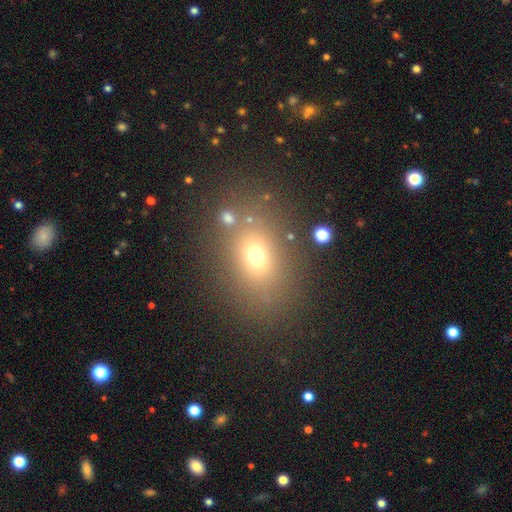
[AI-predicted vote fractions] This appears to be a smooth galaxy with no disk features (66%) that is in between round and cigar-shaped (59%). Merging: none (77%).